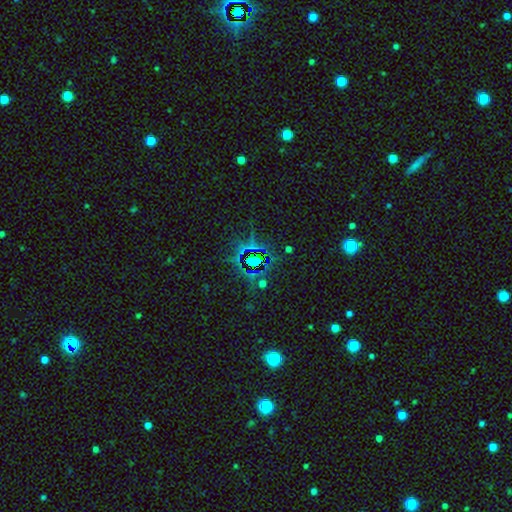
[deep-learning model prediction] This appears to be a star or artifact, not a galaxy (77%).